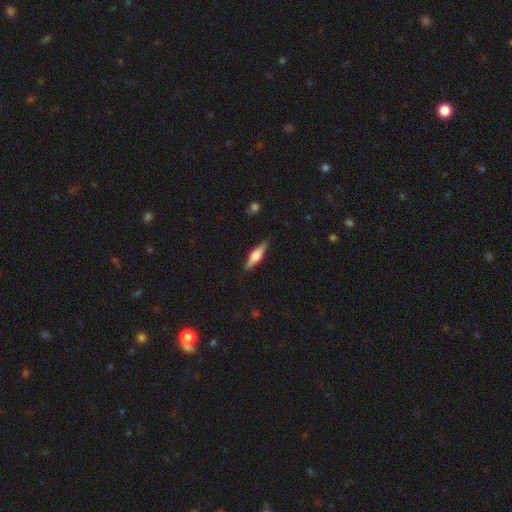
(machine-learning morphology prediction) featured or disk 50%, smooth 44%, star or artifact 6%. Down the decision tree: merging — none (87%).